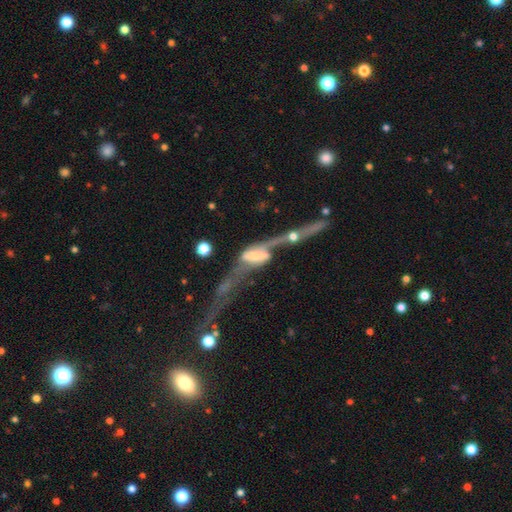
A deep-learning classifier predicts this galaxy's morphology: smooth-or-featured: featured or disk: 72% | smooth: 20% | star or artifact: 8%
  disk-edge-on: no: 68% | yes: 32%
  merging: merger: 40% | major disturbance: 33% | none: 16% | minor disturbance: 12%